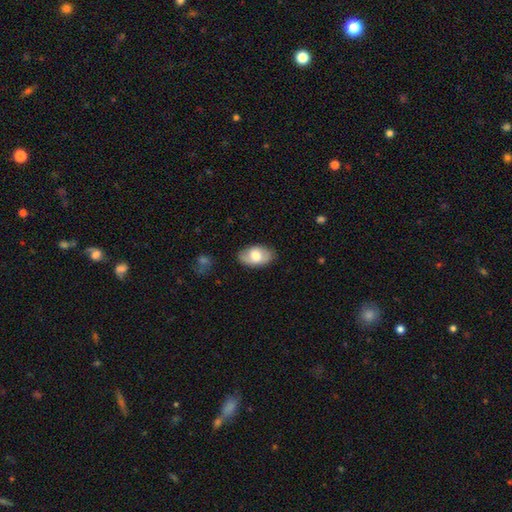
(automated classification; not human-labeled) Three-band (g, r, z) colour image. It shows a smooth galaxy with no disk features (64%) that is in between round and cigar-shaped (93%). Merging: none (80%).